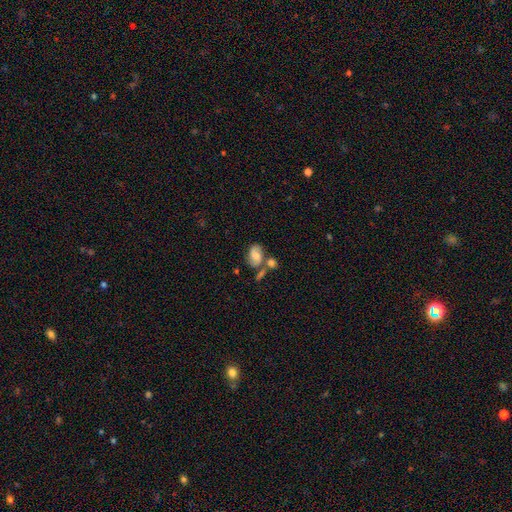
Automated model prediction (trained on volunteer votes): Q: Smooth or featured?
A: featured or disk (46%); runner-up: smooth (45%)
Q: Merging?
A: none (40%); runner-up: merger (32%)